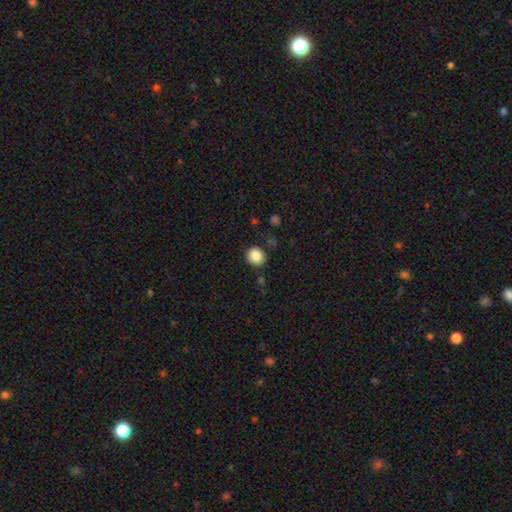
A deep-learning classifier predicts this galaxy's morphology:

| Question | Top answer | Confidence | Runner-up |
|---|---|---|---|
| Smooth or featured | smooth | 87% | star or artifact (9%) |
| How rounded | round | 87% | in between (12%) |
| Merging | none | 86% | minor disturbance (8%) |